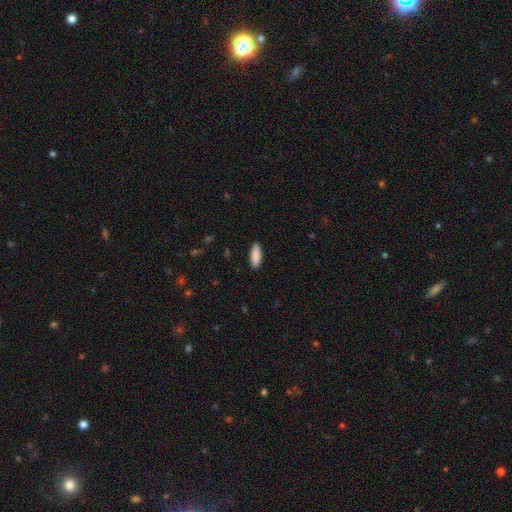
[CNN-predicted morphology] Smooth or featured: smooth — 89% (star or artifact — 6%)
How rounded: in between — 55% (cigar-shaped — 44%)
Merging: none — 89% (minor disturbance — 8%)